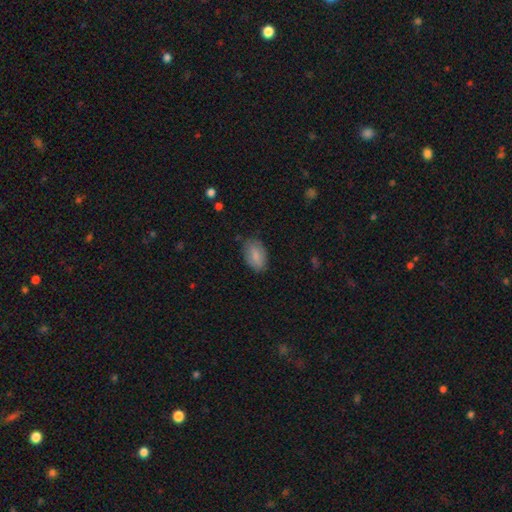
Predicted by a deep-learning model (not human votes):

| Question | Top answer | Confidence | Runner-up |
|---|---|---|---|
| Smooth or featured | smooth | 83% | featured or disk (10%) |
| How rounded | in between | 92% | round (6%) |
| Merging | none | 78% | minor disturbance (17%) |